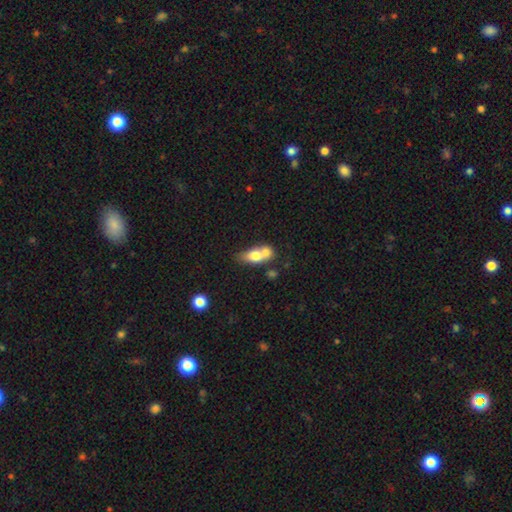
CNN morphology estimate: Smooth or featured? smooth (69%)
How rounded? in between (73%)
Merging? merger (61%)